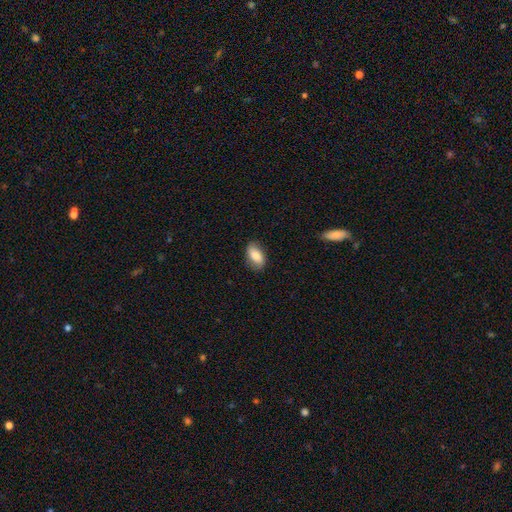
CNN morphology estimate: smooth-or-featured: smooth: 81% | featured or disk: 12% | star or artifact: 7%
  how-rounded: in between: 91% | round: 5% | cigar-shaped: 3%
  merging: none: 81% | minor disturbance: 15% | major disturbance: 3% | merger: 1%